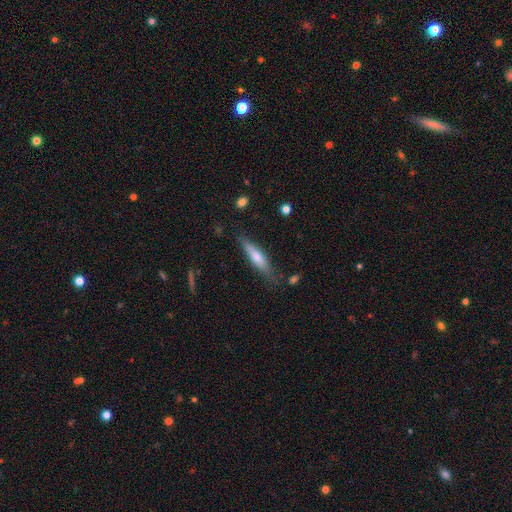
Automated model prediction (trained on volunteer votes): Smooth or featured? smooth (47%)
Merging? none (79%)